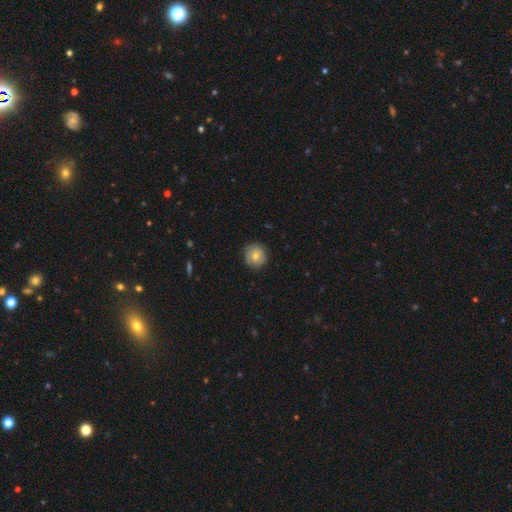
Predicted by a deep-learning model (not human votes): A smooth galaxy with no disk features (63%) that is round (89%). Merging: none (83%).